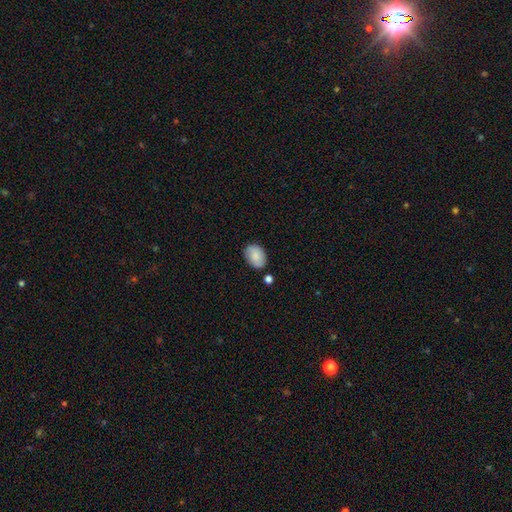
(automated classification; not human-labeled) smooth 85%, featured or disk 8%, star or artifact 7%. Down the decision tree: how rounded — in between (79%); merging — none (75%).